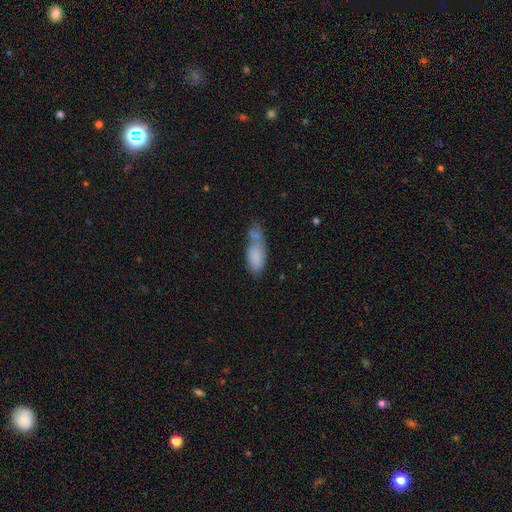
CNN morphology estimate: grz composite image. It shows a smooth galaxy with no disk features (80%) that is in between round and cigar-shaped (82%). Merging: merger (35%).